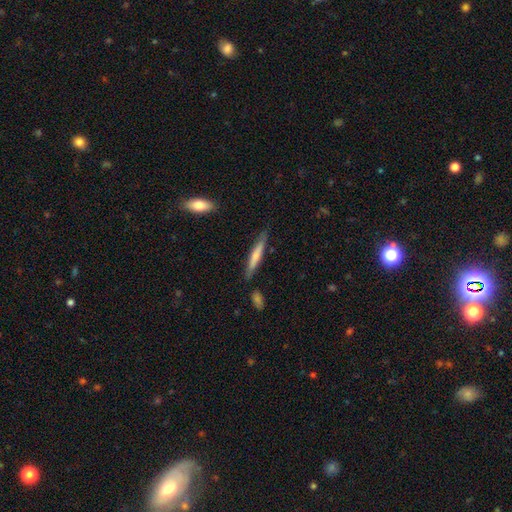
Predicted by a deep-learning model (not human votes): A smooth galaxy with no disk features (61%) that is cigar-shaped (93%). Merging: none (81%).